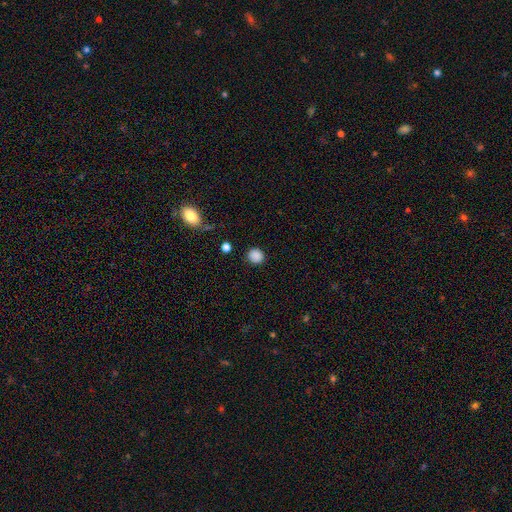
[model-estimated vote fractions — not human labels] Smooth or featured: smooth — 87% (star or artifact — 11%)
How rounded: round — 89% (in between — 10%)
Merging: none — 89% (minor disturbance — 7%)